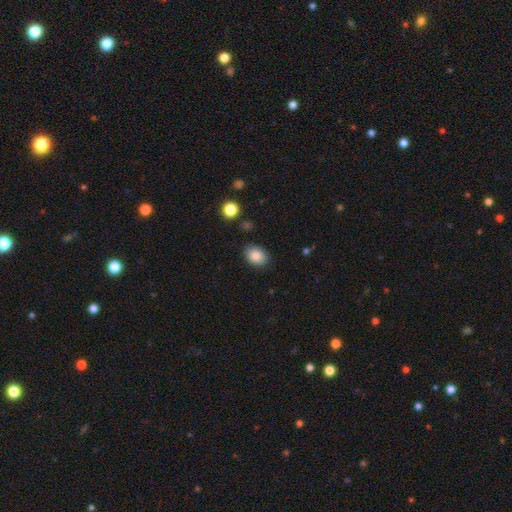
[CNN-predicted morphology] Smooth or featured? Predicted: smooth (p=0.84). How rounded? Predicted: in between (p=0.70). Merging? Predicted: none (p=0.85).